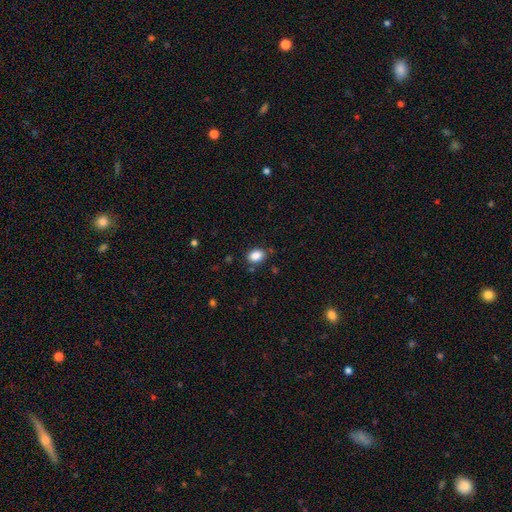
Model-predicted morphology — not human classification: This appears to be a smooth galaxy with no disk features (86%) that is in between round and cigar-shaped (71%). Merging: none (83%).